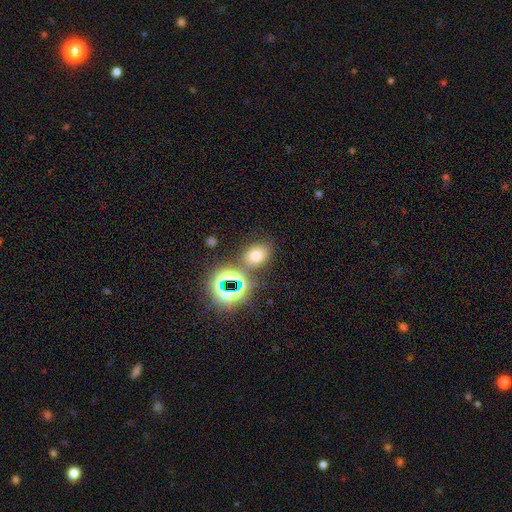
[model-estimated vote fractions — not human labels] smooth 62%, star or artifact 27%, featured or disk 11%. Down the decision tree: how rounded — in between (58%); merging — none (70%).